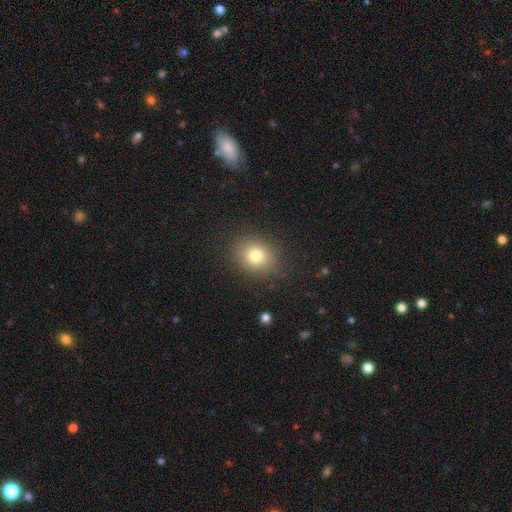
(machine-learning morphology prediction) Overall: smooth (78%). How rounded: round (63%; in between 36%). Merging: none (87%).